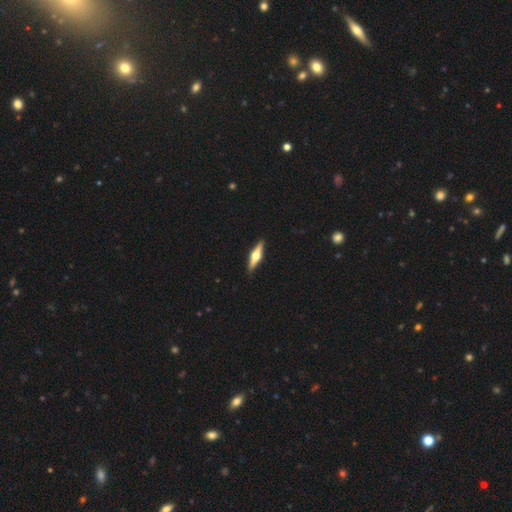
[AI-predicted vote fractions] smooth_or_featured: featured or disk (p=0.70) [alt: smooth p=0.25]
disk_edge_on: yes (p=0.97) [alt: no p=0.03]
edge_on_bulge: rounded (p=0.95) [alt: boxy p=0.03]
merging: none (p=0.92) [alt: minor disturbance p=0.06]